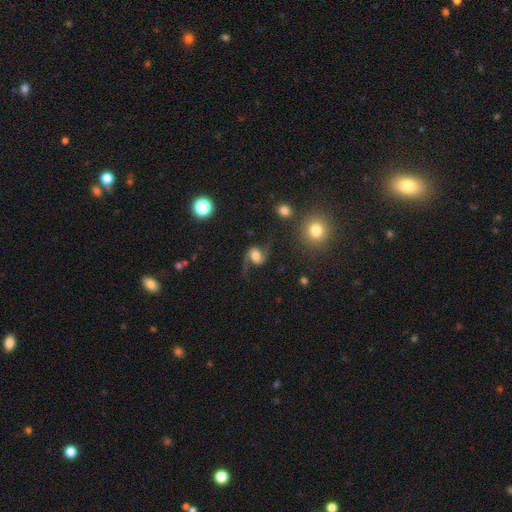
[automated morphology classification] This appears to be a featured or disk galaxy (78%) with a weak bar (42%), 2 (92%) loose (74%) spiral arms (95%) and a large central bulge (38%). Merging: none (66%).